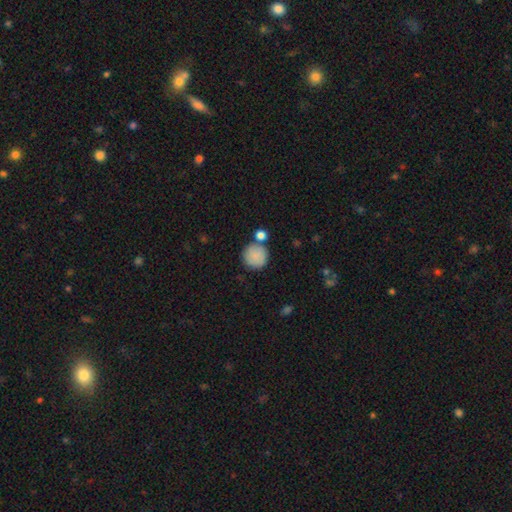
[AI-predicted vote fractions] Smooth or featured: smooth — 87% (star or artifact — 7%)
How rounded: round — 94% (in between — 5%)
Merging: none — 71% (merger — 14%)